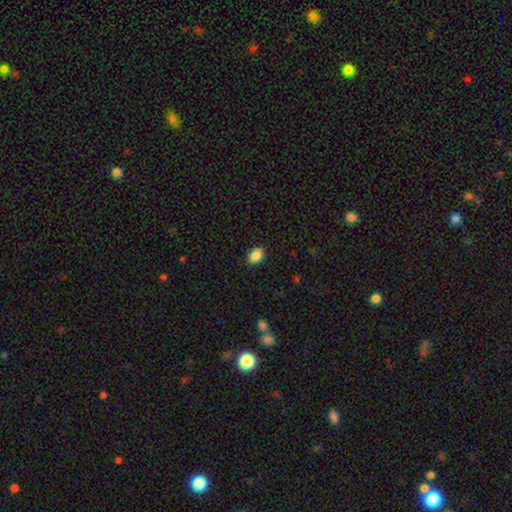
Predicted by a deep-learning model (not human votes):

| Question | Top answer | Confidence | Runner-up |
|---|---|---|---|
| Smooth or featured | smooth | 88% | star or artifact (8%) |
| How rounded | in between | 78% | round (21%) |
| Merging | none | 89% | minor disturbance (8%) |